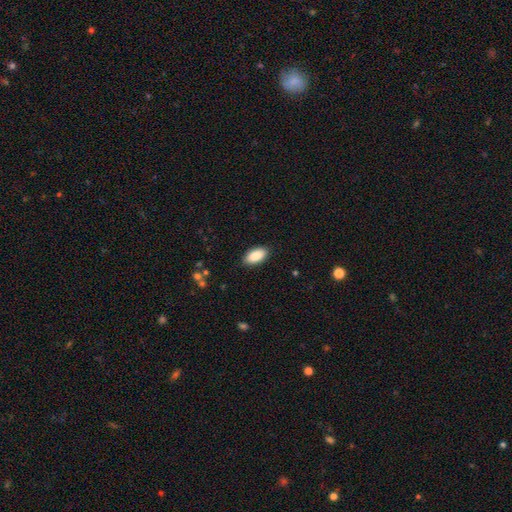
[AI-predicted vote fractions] Morphology: type=smooth (89%); roundness=in between (93%); merging=none (88%).